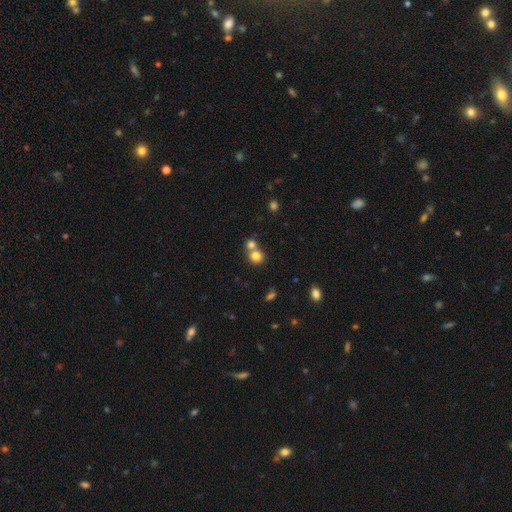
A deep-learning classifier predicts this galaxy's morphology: smooth 79%, star or artifact 12%, featured or disk 9%. Down the decision tree: how rounded — round (84%); merging — merger (48%).